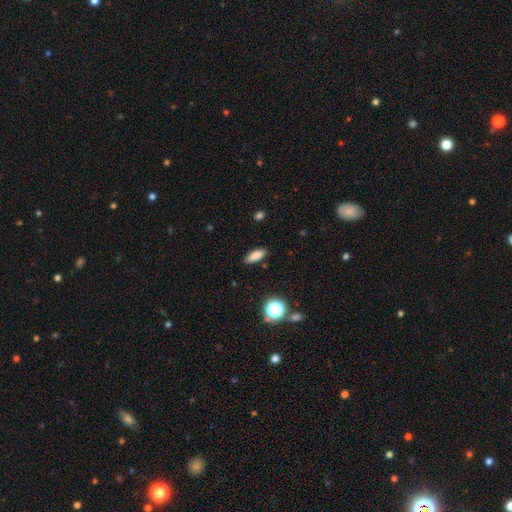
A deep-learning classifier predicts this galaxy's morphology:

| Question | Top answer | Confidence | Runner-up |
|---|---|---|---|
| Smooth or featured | smooth | 82% | star or artifact (10%) |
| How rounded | in between | 71% | cigar-shaped (25%) |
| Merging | none | 88% | minor disturbance (9%) |